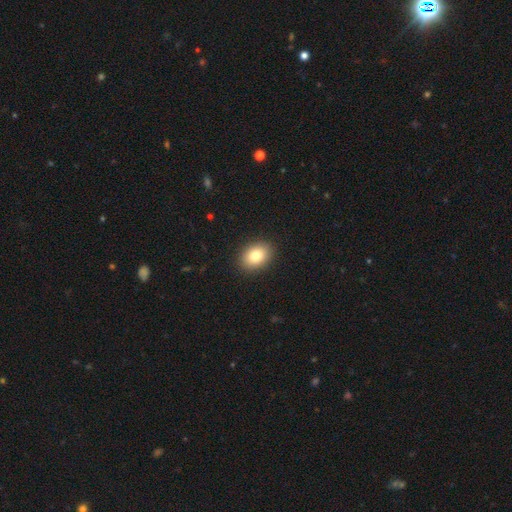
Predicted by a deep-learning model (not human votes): Smooth or featured? smooth (82%)
How rounded? in between (71%)
Merging? none (90%)